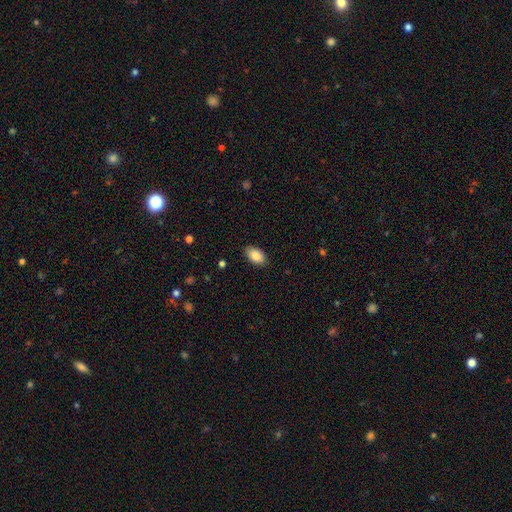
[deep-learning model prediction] This appears to be a smooth galaxy with no disk features (87%) that is in between round and cigar-shaped (93%). Merging: none (87%).